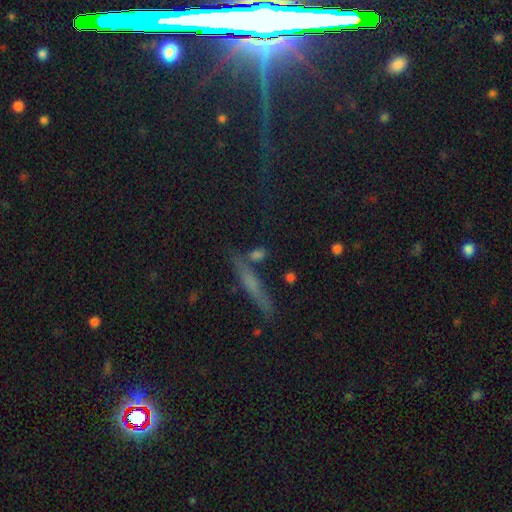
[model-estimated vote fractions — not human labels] Smooth or featured? star or artifact (44%)